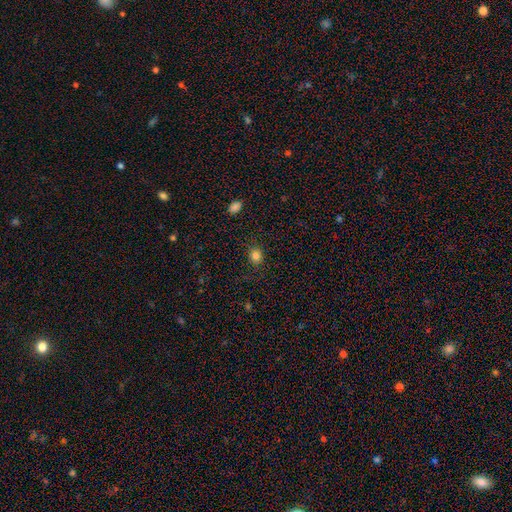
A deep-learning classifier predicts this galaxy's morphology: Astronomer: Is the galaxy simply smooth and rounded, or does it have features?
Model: smooth — 83%.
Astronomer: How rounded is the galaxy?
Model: round — 76%.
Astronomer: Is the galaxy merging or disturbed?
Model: none — 86%.